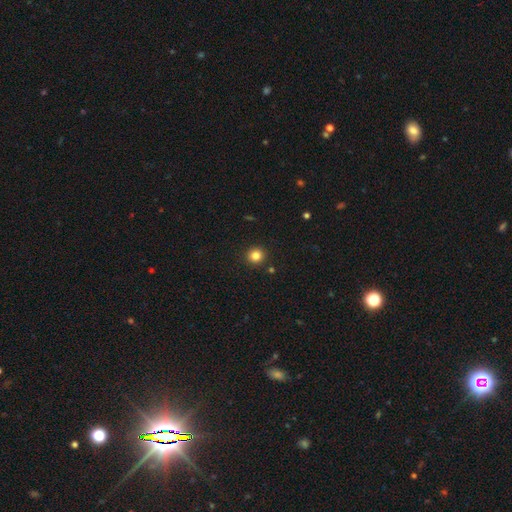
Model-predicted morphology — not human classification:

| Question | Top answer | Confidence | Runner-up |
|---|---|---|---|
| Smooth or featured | smooth | 82% | star or artifact (13%) |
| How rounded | round | 93% | in between (6%) |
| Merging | none | 91% | minor disturbance (5%) |